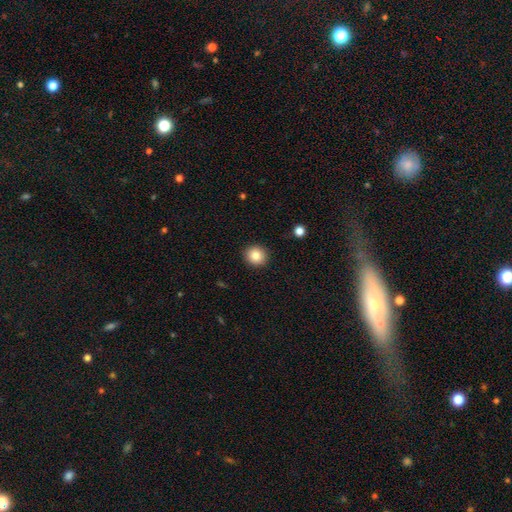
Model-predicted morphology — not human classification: smooth-or-featured: smooth: 84% | star or artifact: 10% | featured or disk: 6%
  how-rounded: round: 86% | in between: 13% | cigar-shaped: 1%
  merging: none: 92% | minor disturbance: 6% | major disturbance: 2% | merger: 1%